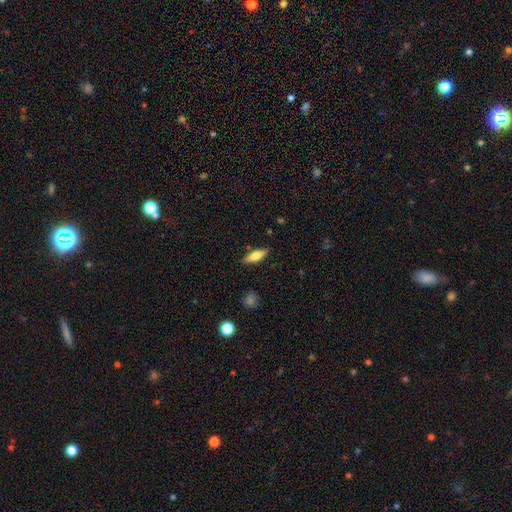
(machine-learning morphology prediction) Smooth or featured?
  - smooth: 54% *
  - featured or disk: 39%
  - star or artifact: 7%
How rounded?
  - cigar-shaped: 50% *
  - in between: 47%
  - round: 3%
Merging?
  - none: 86% *
  - minor disturbance: 10%
  - major disturbance: 2%
  - merger: 1%